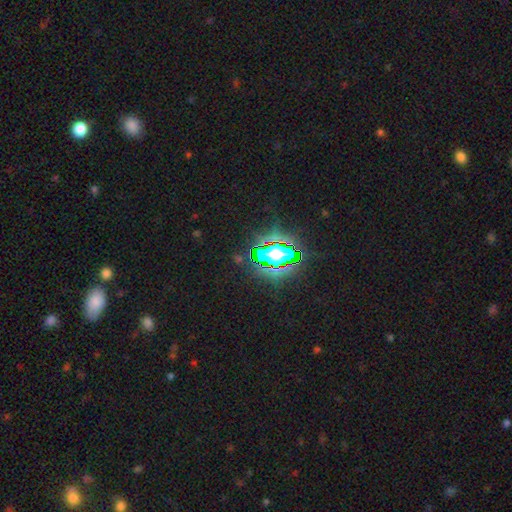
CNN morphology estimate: smooth-or-featured: star or artifact: 81% | smooth: 12% | featured or disk: 7%